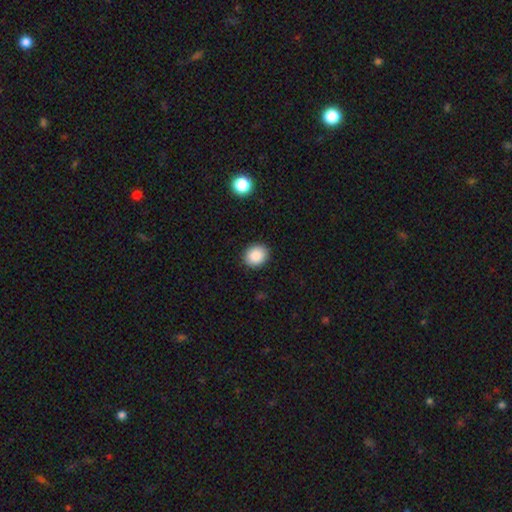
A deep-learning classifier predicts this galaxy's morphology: This is clearly a smooth galaxy (88%). How rounded: likely round (67%). Merging: clearly none (91%).